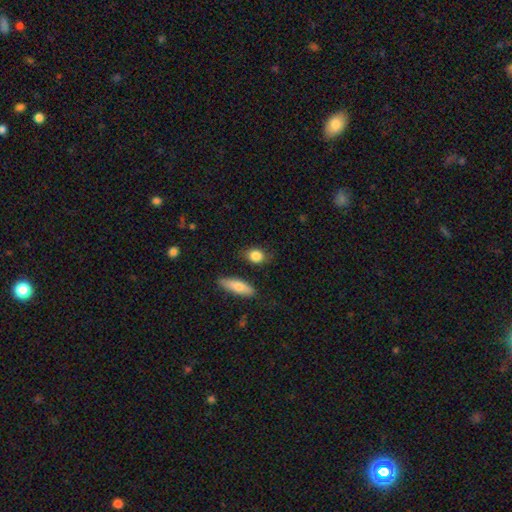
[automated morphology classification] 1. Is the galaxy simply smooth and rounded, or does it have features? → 85% smooth, 8% star or artifact, 7% featured or disk.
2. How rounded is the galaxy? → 54% in between, 42% round, 5% cigar-shaped.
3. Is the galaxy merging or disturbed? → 77% none, 15% minor disturbance, 4% merger, 3% major disturbance.